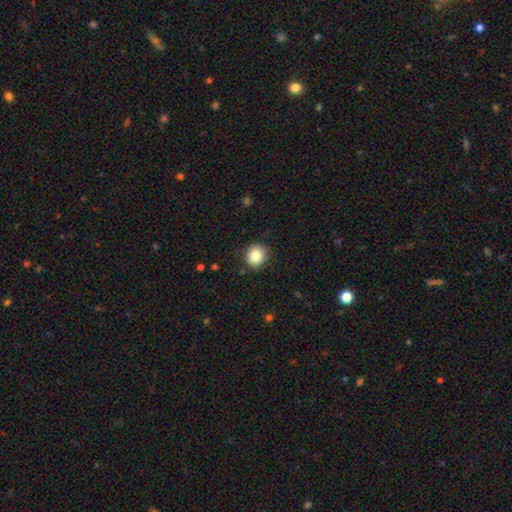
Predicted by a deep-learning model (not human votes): Smooth or featured? Predicted: smooth (p=0.86). How rounded? Predicted: round (p=0.84). Merging? Predicted: none (p=0.86).